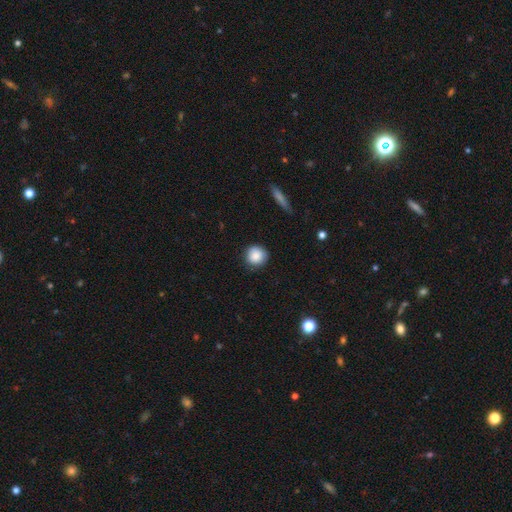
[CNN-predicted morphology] Smooth or featured? smooth (87%)
How rounded? round (92%)
Merging? none (84%)